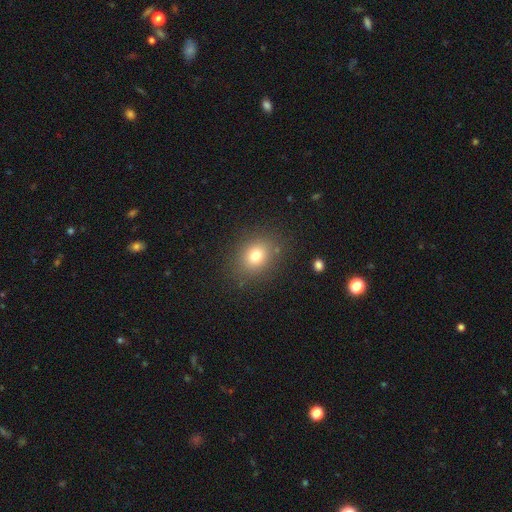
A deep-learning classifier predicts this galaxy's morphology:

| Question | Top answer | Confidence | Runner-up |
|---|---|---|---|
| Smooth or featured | smooth | 76% | star or artifact (14%) |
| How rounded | round | 52% | in between (47%) |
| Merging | none | 84% | minor disturbance (10%) |